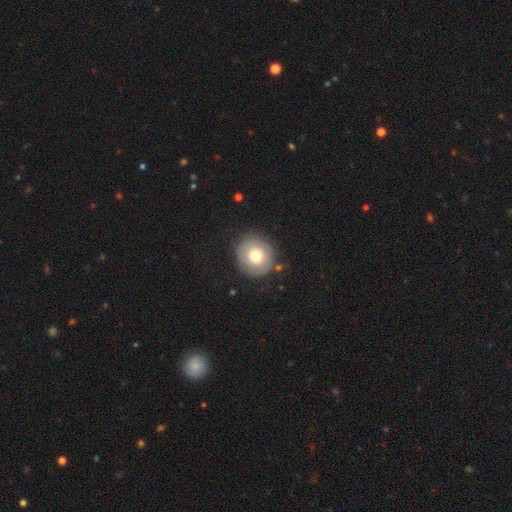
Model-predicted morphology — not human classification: Smooth or featured: smooth — 67% (featured or disk — 25%)
How rounded: round — 89% (in between — 11%)
Merging: none — 81% (minor disturbance — 12%)